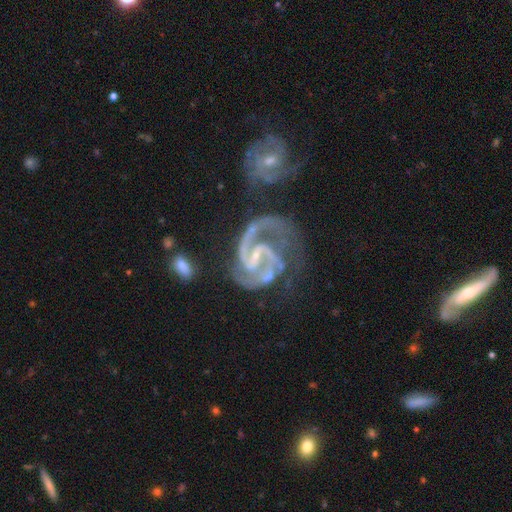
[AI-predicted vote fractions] Morphology: type=featured or disk (92%); edge-on=no (98%); bar=weak (43%); spiral arms=yes (98%); winding=medium (57%); arm count=2 (79%); bulge=small (76%); merging=none (40%).